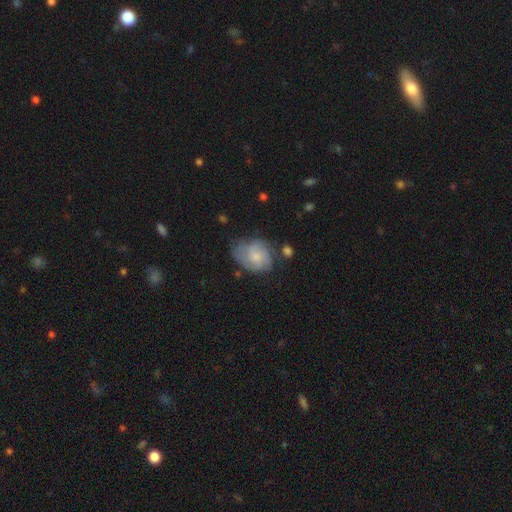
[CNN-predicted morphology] Q: Smooth or featured?
A: smooth (47%); runner-up: featured or disk (46%)
Q: Merging?
A: none (48%); runner-up: minor disturbance (33%)